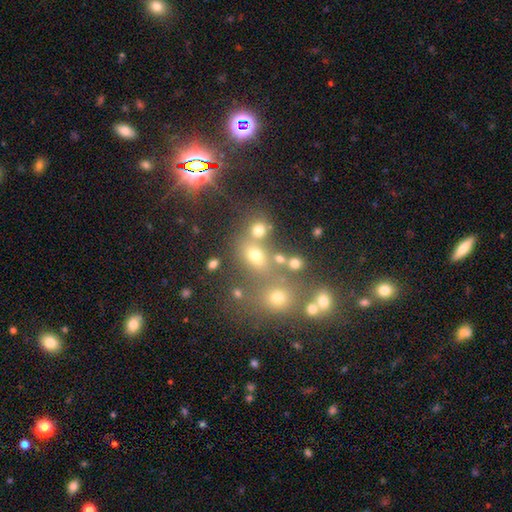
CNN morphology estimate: The model was most divided on "how rounded": round: 55%, in between: 42%, cigar-shaped: 2%. More confident: smooth or featured — smooth (54%); merging — none (52%).